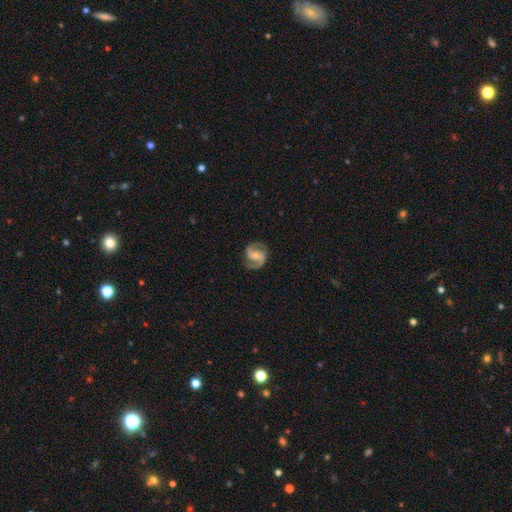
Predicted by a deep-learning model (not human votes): Smooth or featured?
  - featured or disk: 91% *
  - smooth: 5%
  - star or artifact: 4%
Edge-on disk?
  - no: 98% *
  - yes: 2%
Bar?
  - weak: 43% *
  - no: 36%
  - strong: 22%
Spiral arms?
  - yes: 98% *
  - no: 2%
Spiral winding?
  - medium: 61% *
  - tight: 22%
  - loose: 17%
Spiral arm count?
  - 2: 93% *
  - can't tell: 2%
  - 3: 2%
  - 1: 1%
  - 4: 1%
  - more than 4: 1%
Bulge size?
  - small: 48% *
  - moderate: 40%
  - none: 8%
  - large: 3%
  - dominant: 1%
Merging?
  - none: 83% *
  - minor disturbance: 12%
  - major disturbance: 4%
  - merger: 1%